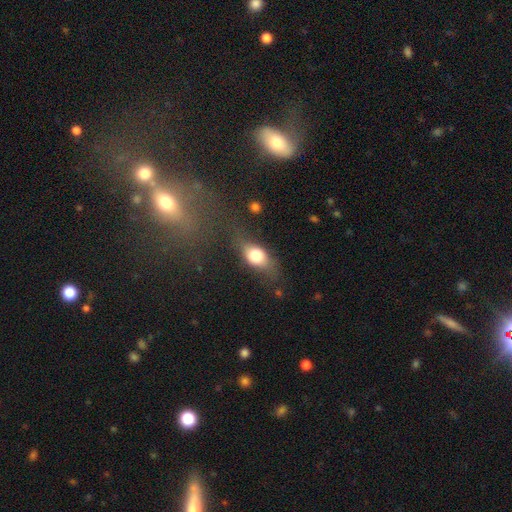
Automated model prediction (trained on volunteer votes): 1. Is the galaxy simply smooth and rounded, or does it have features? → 70% smooth, 22% featured or disk, 8% star or artifact.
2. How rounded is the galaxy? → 76% in between, 16% round, 8% cigar-shaped.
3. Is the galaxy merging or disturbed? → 57% none, 26% minor disturbance, 13% major disturbance, 4% merger.